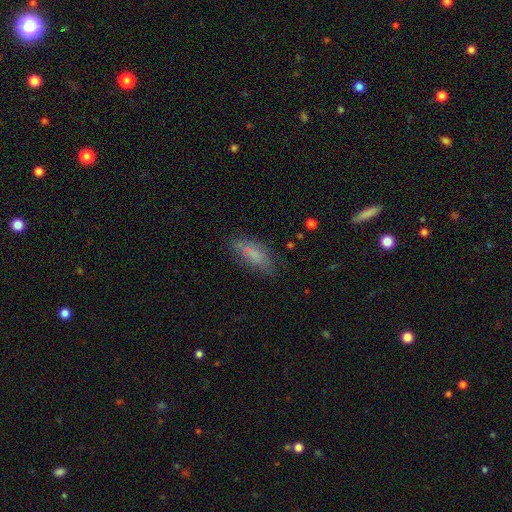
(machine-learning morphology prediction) smooth 73%, featured or disk 17%, star or artifact 9%. Down the decision tree: how rounded — in between (62%); merging — none (69%).